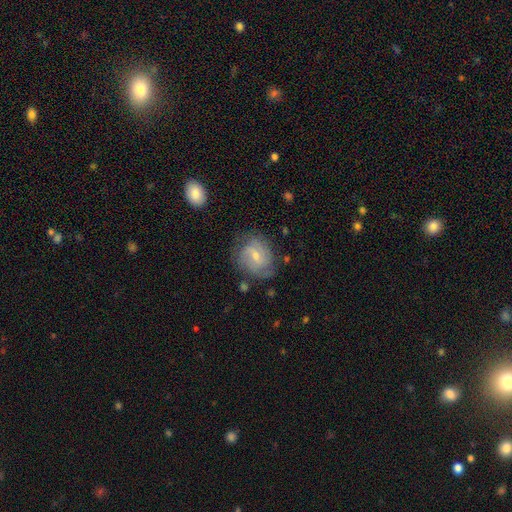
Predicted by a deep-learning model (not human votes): Morphology: type=featured or disk (63%); edge-on=no (97%); bar=weak (52%); spiral arms=yes (86%); winding=tight (43%); arm count=2 (41%); bulge=small (55%); merging=none (68%).